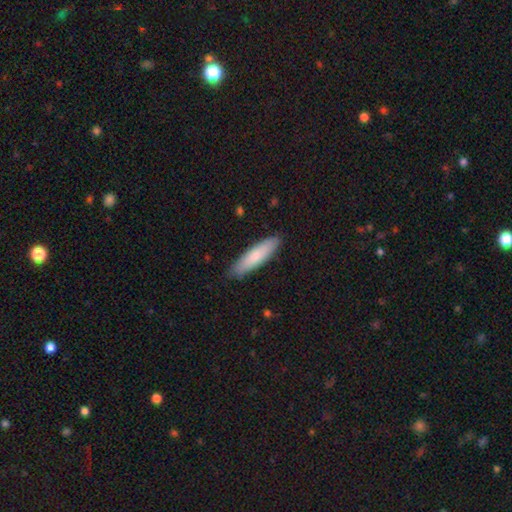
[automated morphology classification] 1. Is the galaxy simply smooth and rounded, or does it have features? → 77% smooth, 18% featured or disk, 5% star or artifact.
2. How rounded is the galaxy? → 71% cigar-shaped, 28% in between, 1% round.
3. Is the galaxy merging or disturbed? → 87% none, 10% minor disturbance, 2% major disturbance, 1% merger.